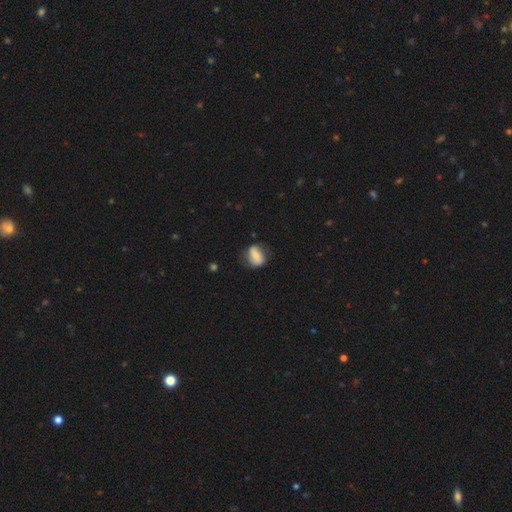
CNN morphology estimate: Smooth or featured? Predicted: smooth (p=0.53). How rounded? Predicted: in between (p=0.60). Merging? Predicted: none (p=0.66).